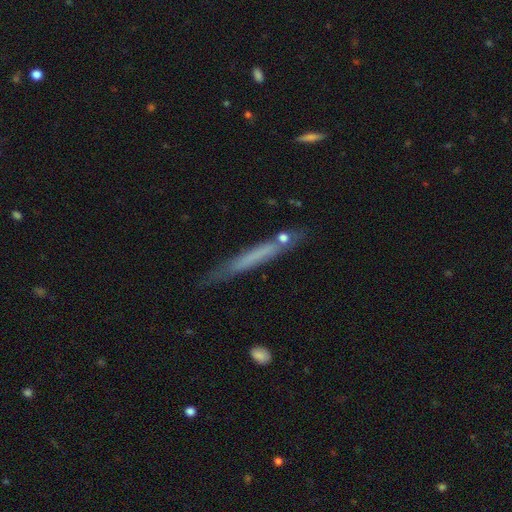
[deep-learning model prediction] Smooth or featured? Predicted: smooth (p=0.52). How rounded? Predicted: cigar-shaped (p=0.96). Merging? Predicted: none (p=0.71).